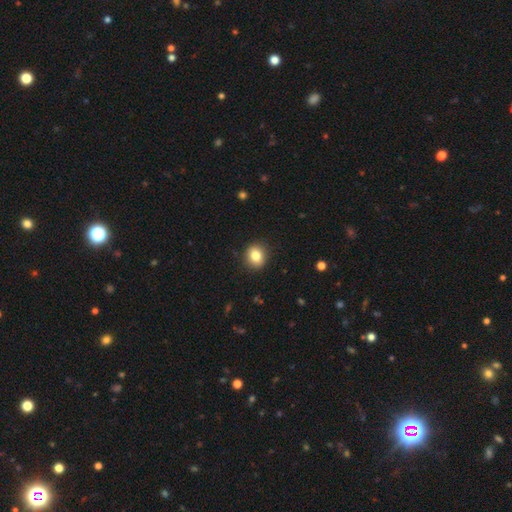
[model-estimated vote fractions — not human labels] A smooth galaxy with no disk features (82%) that is round (73%). Merging: none (90%).